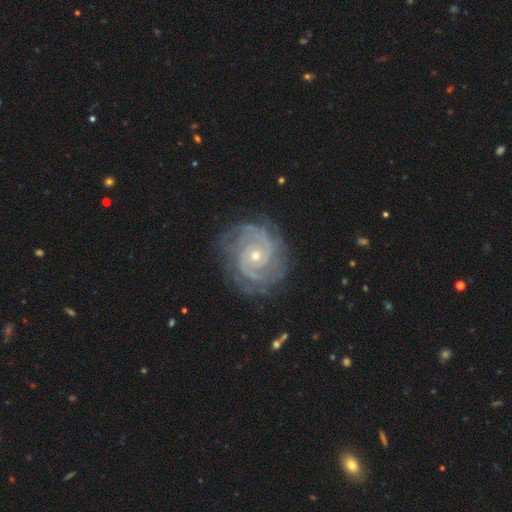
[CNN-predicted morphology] type=featured or disk (90%); edge-on=no (98%); bar=no (74%); spiral arms=yes (98%); winding=tight (72%); arm count=2 (44%); bulge=small (59%); merging=none (78%).